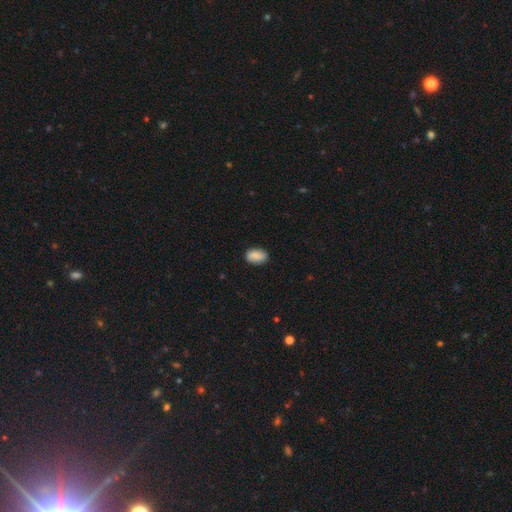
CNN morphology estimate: Overall: smooth (84%). How rounded: in between (87%). Merging: none (84%).